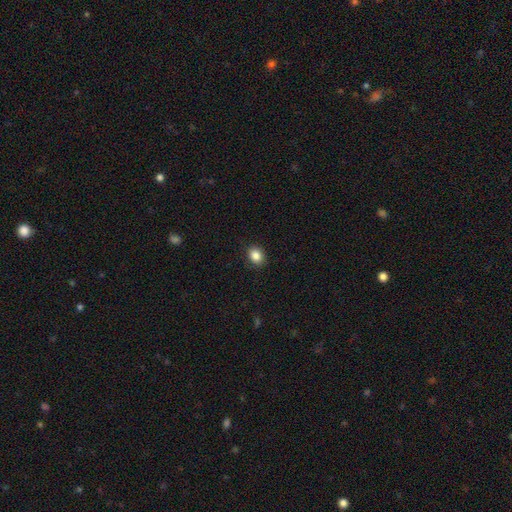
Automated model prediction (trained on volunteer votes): The model was most divided on "how rounded": round: 53%, in between: 46%, cigar-shaped: 1%. More confident: merging — none (89%); smooth or featured — smooth (86%).